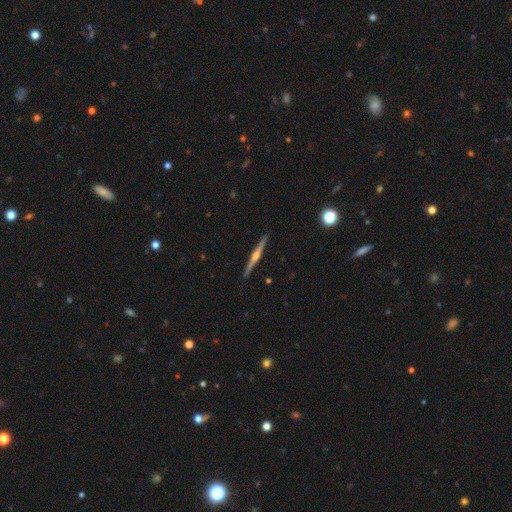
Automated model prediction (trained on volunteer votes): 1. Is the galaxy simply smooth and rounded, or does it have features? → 80% featured or disk, 15% smooth, 5% star or artifact.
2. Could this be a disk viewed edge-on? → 99% yes, 1% no.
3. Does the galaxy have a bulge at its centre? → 86% rounded, 7% boxy, 7% none.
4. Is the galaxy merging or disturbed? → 92% none, 6% minor disturbance, 1% major disturbance, 1% merger.